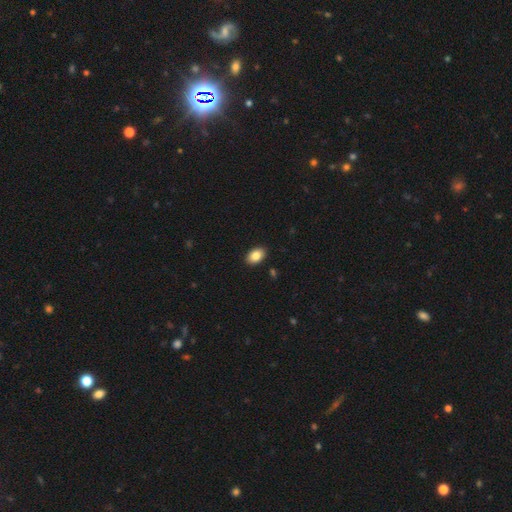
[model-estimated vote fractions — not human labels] Smooth or featured? smooth (86%)
How rounded? in between (86%)
Merging? none (90%)